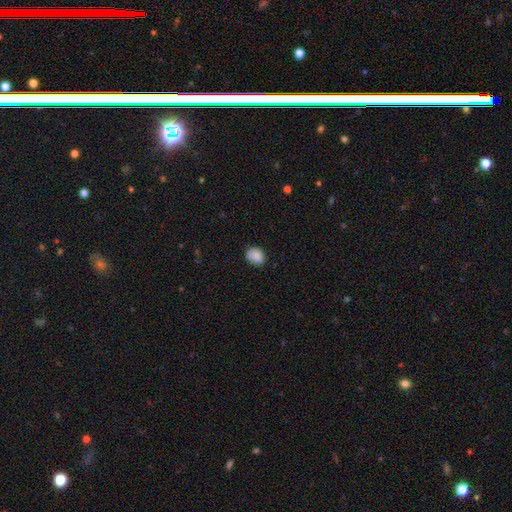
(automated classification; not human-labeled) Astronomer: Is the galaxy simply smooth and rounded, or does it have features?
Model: smooth — 87%.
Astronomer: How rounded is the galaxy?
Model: round — 50% (runner-up: in between, 49%).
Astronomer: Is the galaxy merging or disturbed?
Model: none — 73%.